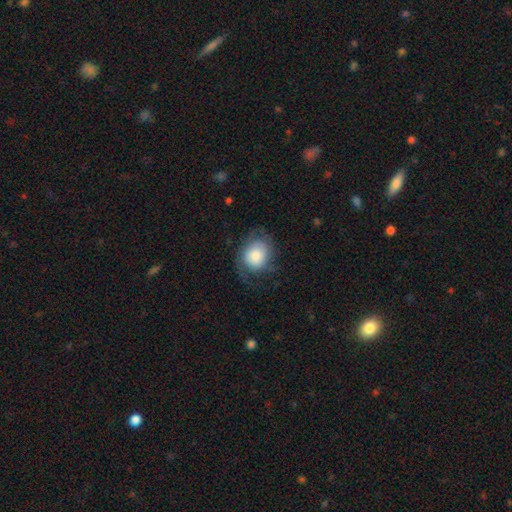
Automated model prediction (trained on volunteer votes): Overall: smooth (63%; featured or disk 29%). How rounded: round (57%; in between 42%). Merging: none (58%; minor disturbance 24%).